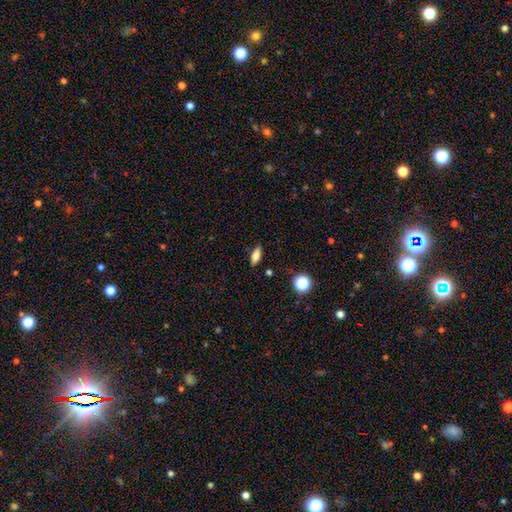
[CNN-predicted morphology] Smooth or featured? Predicted: smooth (p=0.74). How rounded? Predicted: in between (p=0.75). Merging? Predicted: none (p=0.87).